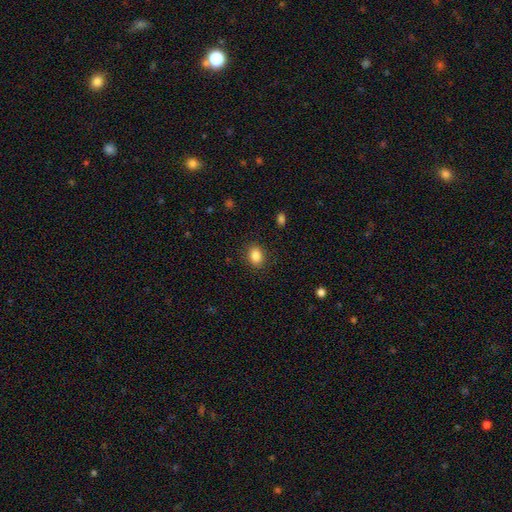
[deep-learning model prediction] This appears to be a smooth galaxy with no disk features (87%) that is in between round and cigar-shaped (60%). Merging: none (87%).